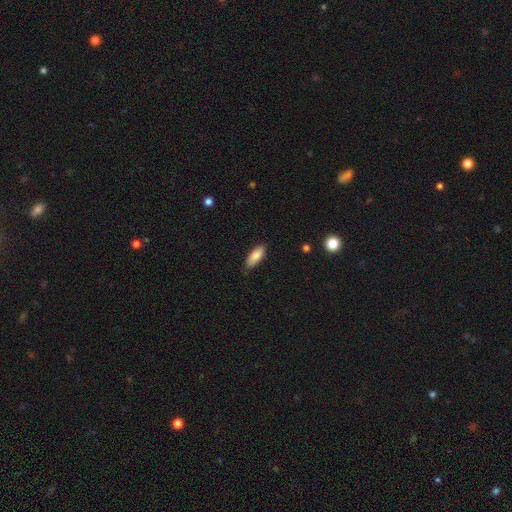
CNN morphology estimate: This is clearly a smooth galaxy (86%). How rounded: likely in between (78%). Merging: clearly none (82%).